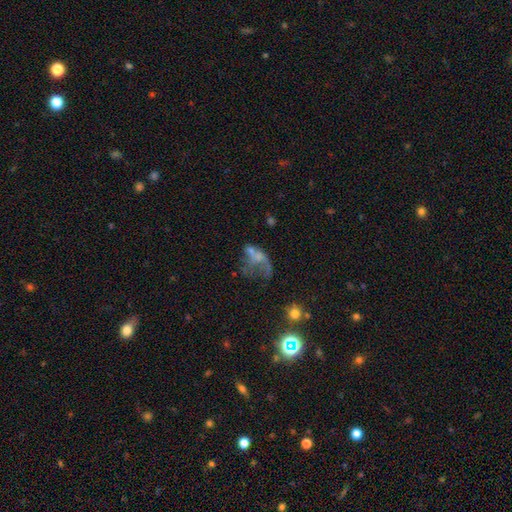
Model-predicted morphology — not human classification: This is possibly a featured or disk galaxy (49%). Merging: possibly major disturbance (46%).